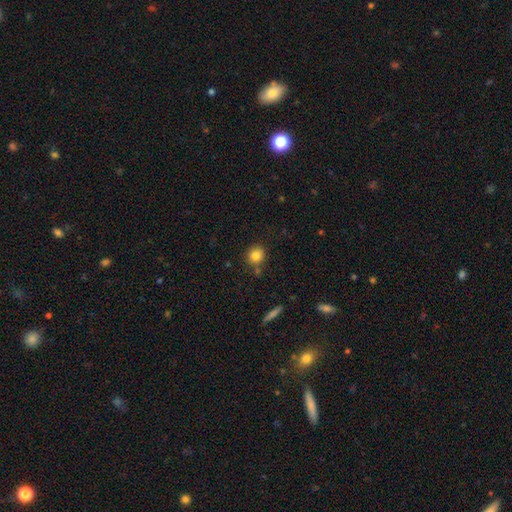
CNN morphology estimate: Q: Smooth or featured?
A: smooth (83%); runner-up: star or artifact (10%)
Q: How rounded?
A: round (84%); runner-up: in between (14%)
Q: Merging?
A: none (78%); runner-up: minor disturbance (11%)